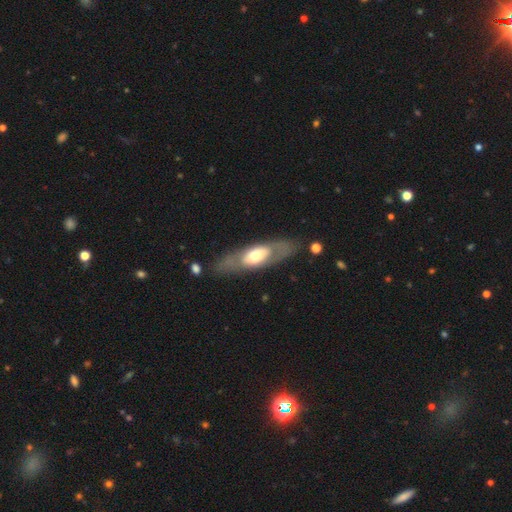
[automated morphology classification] smooth-or-featured: featured or disk: 53% | smooth: 41% | star or artifact: 5%
  disk-edge-on: no: 68% | yes: 32%
  merging: none: 76% | minor disturbance: 14% | major disturbance: 7% | merger: 3%